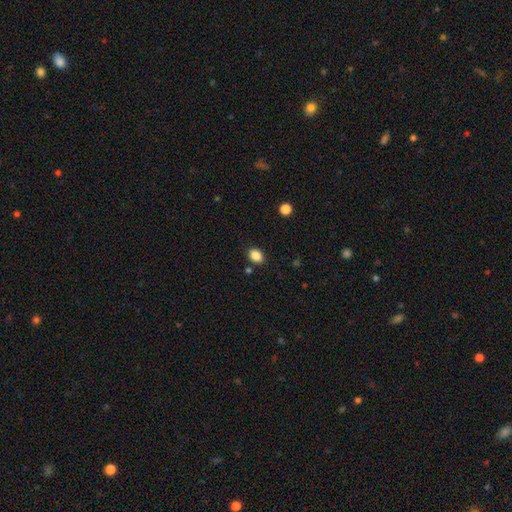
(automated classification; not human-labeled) Smooth or featured? smooth (86%)
How rounded? in between (66%)
Merging? none (86%)